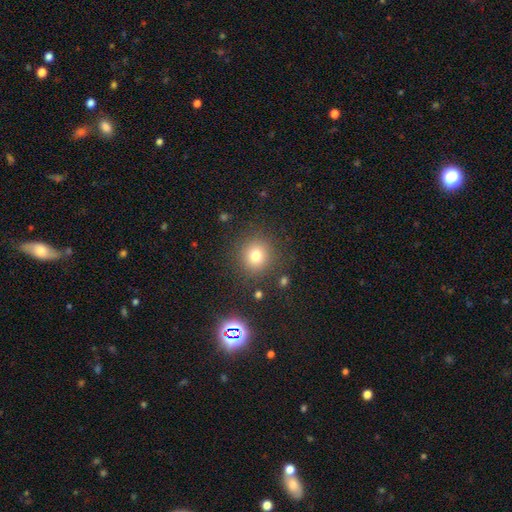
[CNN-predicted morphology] smooth-or-featured: smooth: 76% | star or artifact: 16% | featured or disk: 8%
  how-rounded: round: 91% | in between: 9% | cigar-shaped: 1%
  merging: none: 87% | minor disturbance: 8% | major disturbance: 3% | merger: 2%